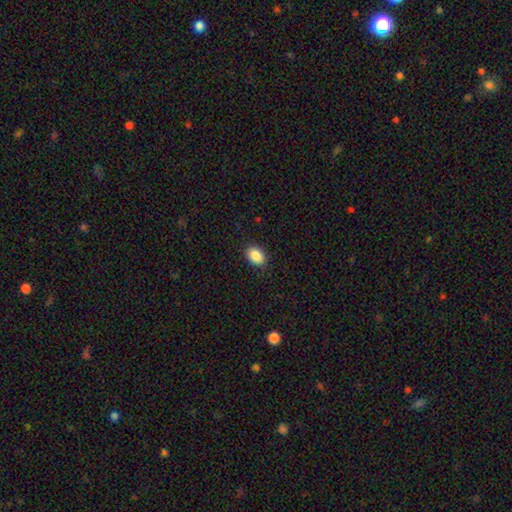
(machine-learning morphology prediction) Smooth or featured? smooth (88%)
How rounded? in between (78%)
Merging? none (88%)